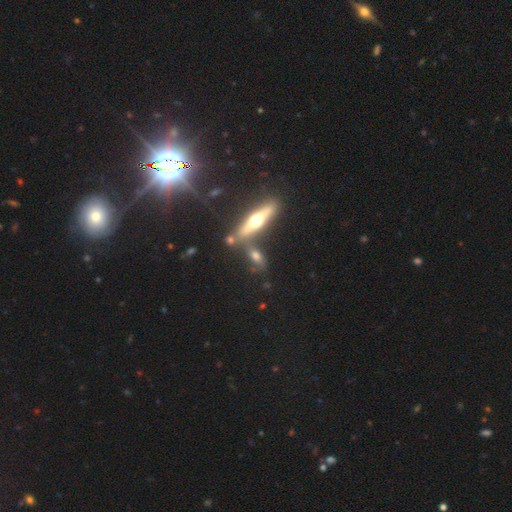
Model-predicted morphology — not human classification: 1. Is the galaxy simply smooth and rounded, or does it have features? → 49% featured or disk, 39% smooth, 12% star or artifact.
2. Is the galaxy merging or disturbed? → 62% none, 20% merger, 12% minor disturbance, 5% major disturbance.